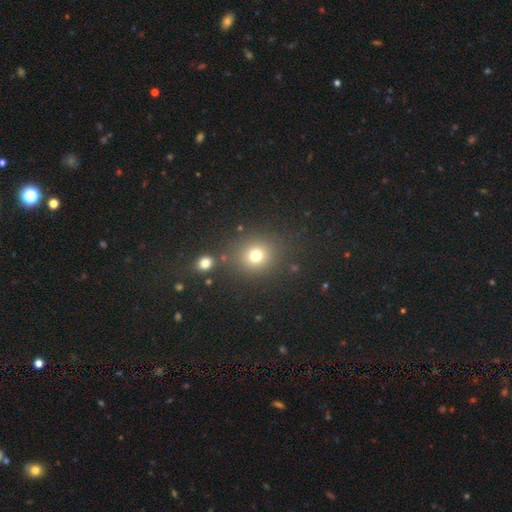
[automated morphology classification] smooth 74%, star or artifact 18%, featured or disk 8%. Down the decision tree: how rounded — round (84%); merging — none (81%).